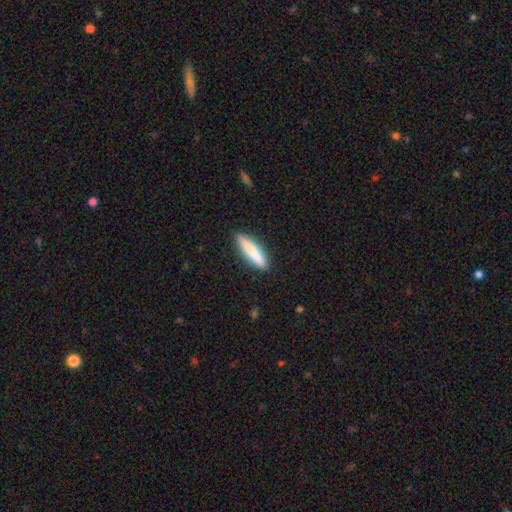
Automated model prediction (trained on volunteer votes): A smooth galaxy with no disk features (78%) that is cigar-shaped (83%). Merging: none (89%).